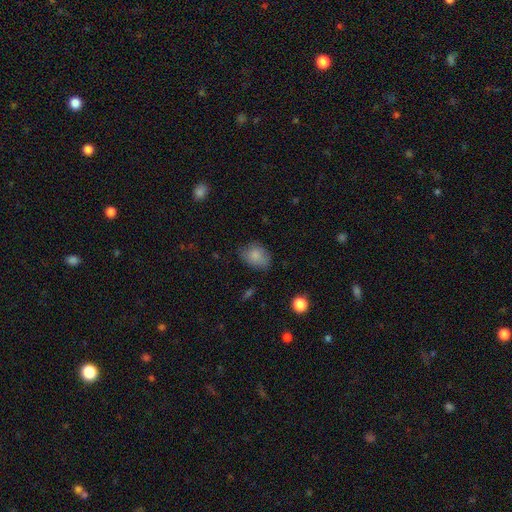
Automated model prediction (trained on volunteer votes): smooth_or_featured: smooth (p=0.83) [alt: featured or disk p=0.09]
how_rounded: in between (p=0.69) [alt: round p=0.30]
merging: none (p=0.68) [alt: minor disturbance p=0.24]